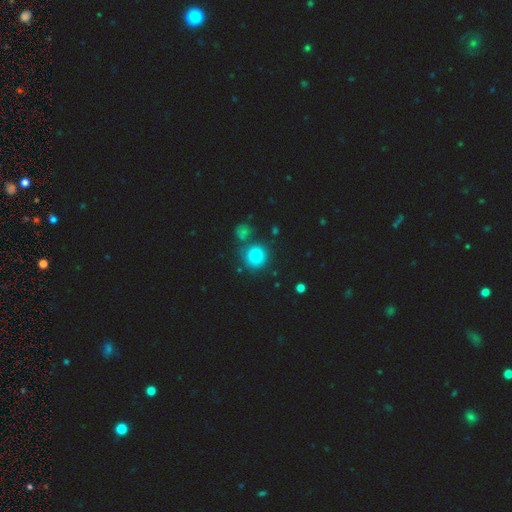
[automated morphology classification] A smooth galaxy with no disk features (80%) that is round (92%).

Vote fractions:
- Smooth or featured? smooth: 80% / star or artifact: 12% / featured or disk: 8%
- How rounded? round: 92% / in between: 7% / cigar-shaped: 1%
- Merging? none: 75% / merger: 12% / minor disturbance: 9% / major disturbance: 4%